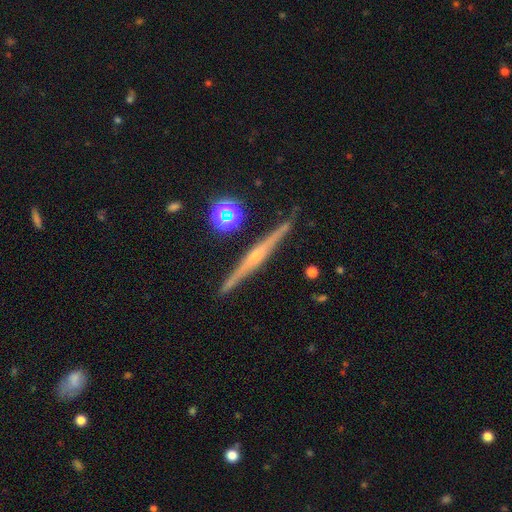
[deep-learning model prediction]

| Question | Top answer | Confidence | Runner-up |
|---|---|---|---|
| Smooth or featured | featured or disk | 82% | smooth (12%) |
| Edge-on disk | yes | 98% | no (2%) |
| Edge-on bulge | rounded | 74% | none (17%) |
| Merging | none | 89% | minor disturbance (7%) |